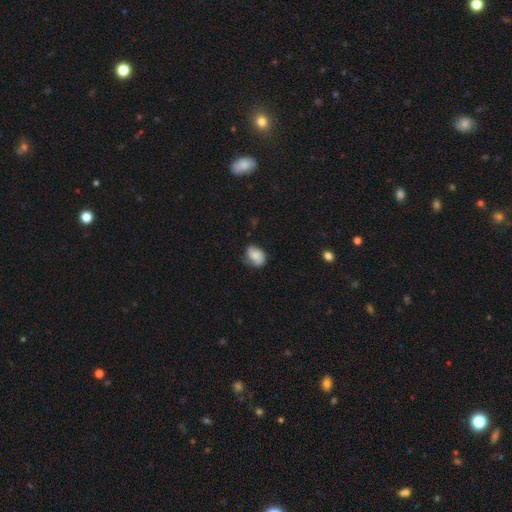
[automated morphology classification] This is likely a smooth galaxy (73%). How rounded: likely in between (71%). Merging: possibly none (59%).